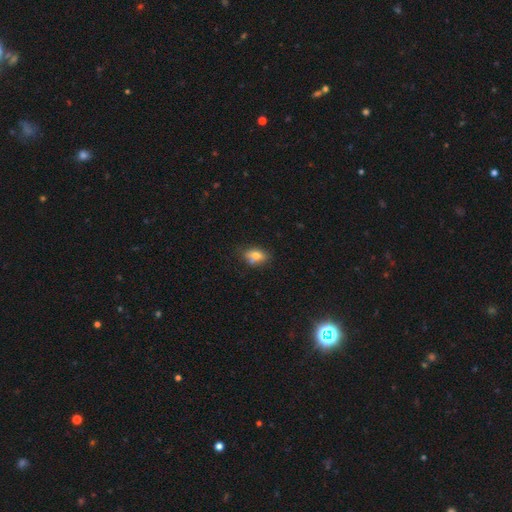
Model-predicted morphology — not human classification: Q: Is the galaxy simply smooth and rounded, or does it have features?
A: smooth — 72%.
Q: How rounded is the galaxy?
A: in between — 80%.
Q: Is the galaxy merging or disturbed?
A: none — 64%.